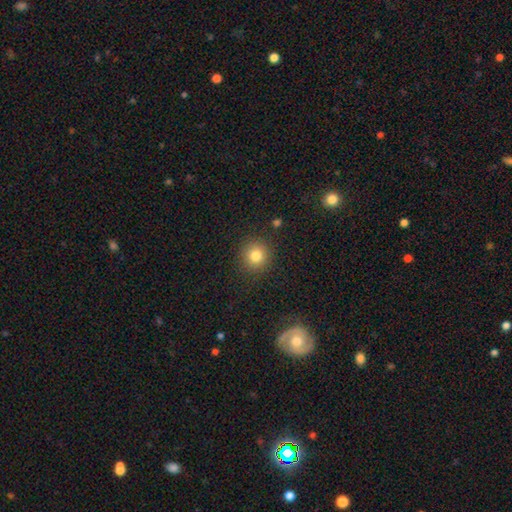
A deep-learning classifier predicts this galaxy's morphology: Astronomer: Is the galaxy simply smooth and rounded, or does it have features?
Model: smooth — 82%.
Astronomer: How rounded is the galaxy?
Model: round — 91%.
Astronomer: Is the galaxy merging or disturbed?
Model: none — 89%.